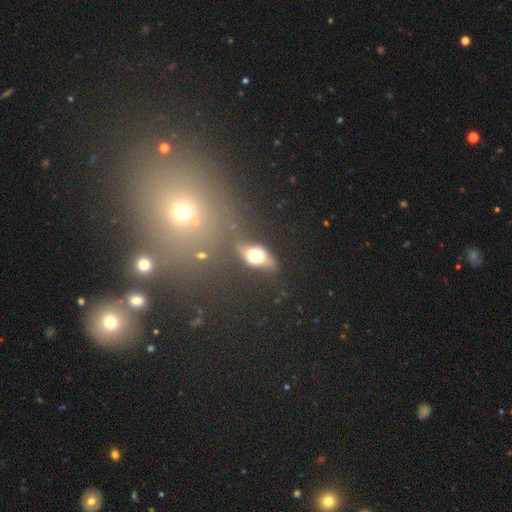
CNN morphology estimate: smooth 52%, featured or disk 38%, star or artifact 11%. Down the decision tree: how rounded — in between (74%); merging — none (60%).